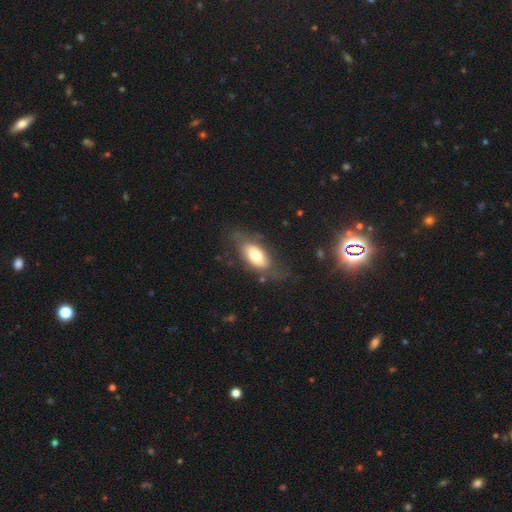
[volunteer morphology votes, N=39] Smooth or featured?
  - smooth: 69% *
  - featured or disk: 31%
  - star or artifact: 0%
How rounded?
  - in between: 89% *
  - round: 7%
  - cigar-shaped: 4%
Merging?
  - none: 64% *
  - minor disturbance: 18%
  - major disturbance: 18%
  - merger: 0%